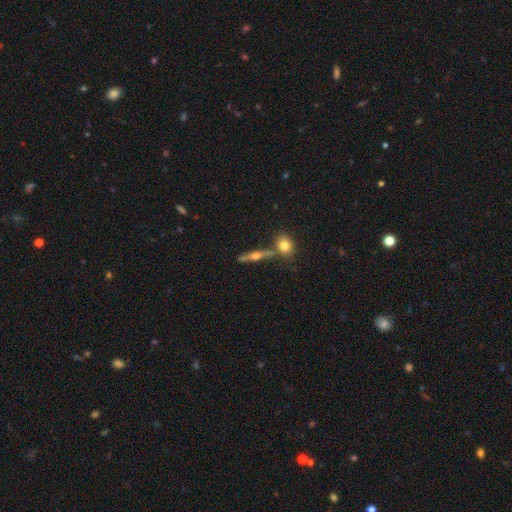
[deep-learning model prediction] This is likely a featured or disk galaxy (66%). It is clearly viewed edge-on (95%). Edge-on bulge: clearly rounded (92%). Merging: likely none (74%).